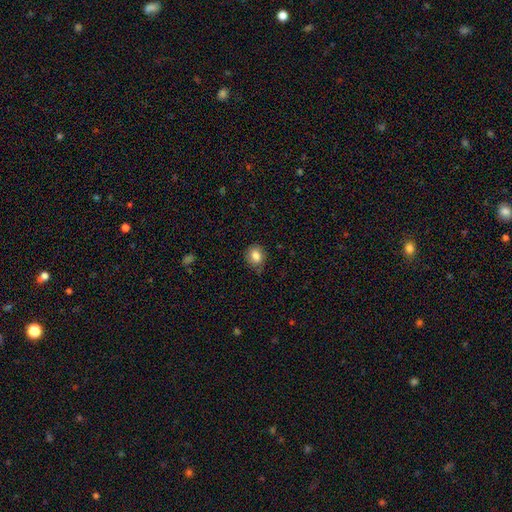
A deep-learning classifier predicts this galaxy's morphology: Overall: smooth (83%). How rounded: round (60%; in between 39%). Merging: none (71%).